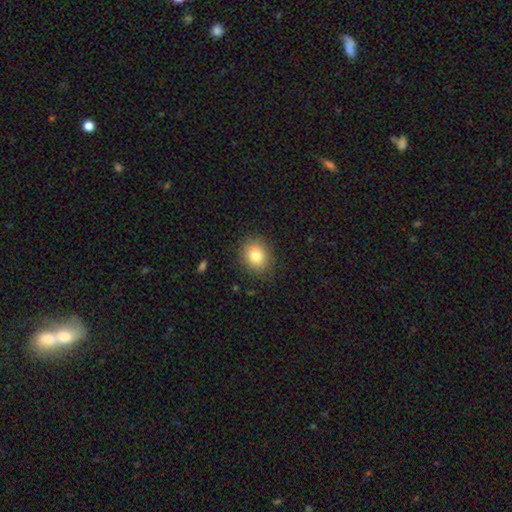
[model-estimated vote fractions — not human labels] Smooth or featured: smooth — 81% (star or artifact — 9%)
How rounded: round — 58% (in between — 41%)
Merging: none — 85% (minor disturbance — 11%)